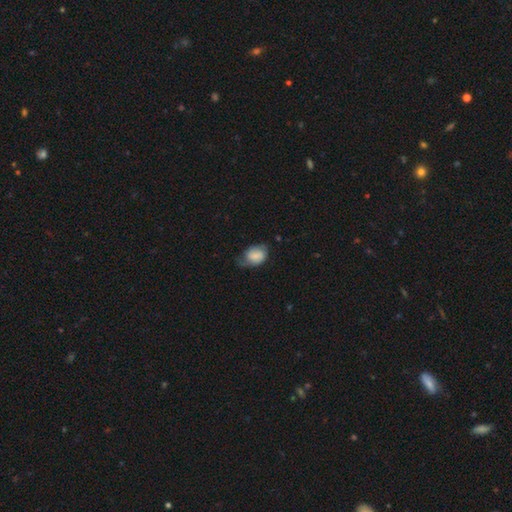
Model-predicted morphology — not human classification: Smooth or featured: smooth — 65% (featured or disk — 28%)
How rounded: in between — 76% (round — 23%)
Merging: minor disturbance — 40% (none — 39%)